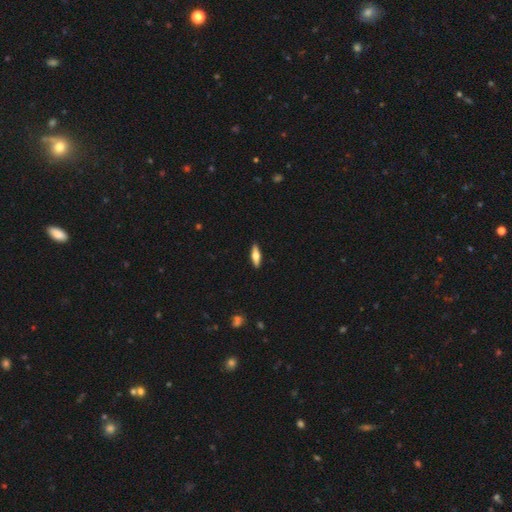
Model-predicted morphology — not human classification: smooth_or_featured: smooth (p=0.57) [alt: featured or disk p=0.37]
how_rounded: cigar-shaped (p=0.51) [alt: in between p=0.46]
merging: none (p=0.91) [alt: minor disturbance p=0.07]